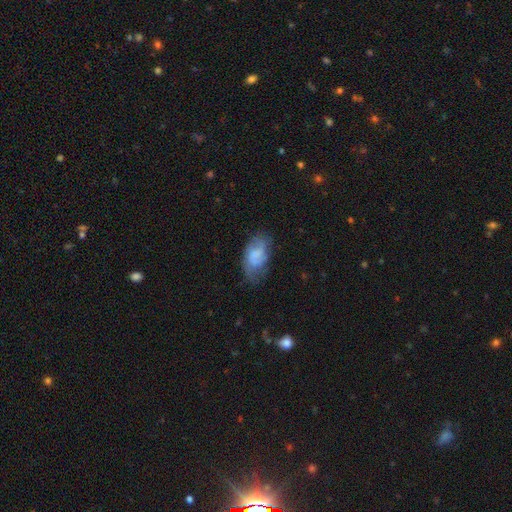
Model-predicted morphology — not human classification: Smooth or featured?
  - smooth: 49% *
  - featured or disk: 43%
  - star or artifact: 8%
Merging?
  - none: 55% *
  - minor disturbance: 29%
  - major disturbance: 14%
  - merger: 2%